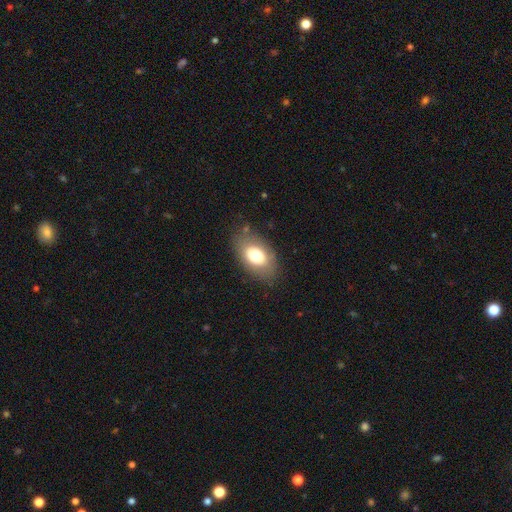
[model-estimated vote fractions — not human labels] A smooth galaxy with no disk features (72%) that is in between round and cigar-shaped (89%).

Vote fractions:
- Smooth or featured? smooth: 72% / featured or disk: 20% / star or artifact: 8%
- How rounded? in between: 89% / round: 9% / cigar-shaped: 1%
- Merging? none: 79% / minor disturbance: 14% / major disturbance: 5% / merger: 2%